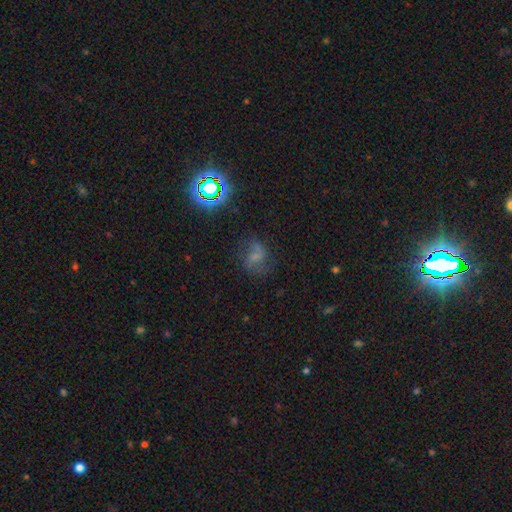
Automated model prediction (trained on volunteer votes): A featured or disk galaxy (46%). Merging: none (57%).